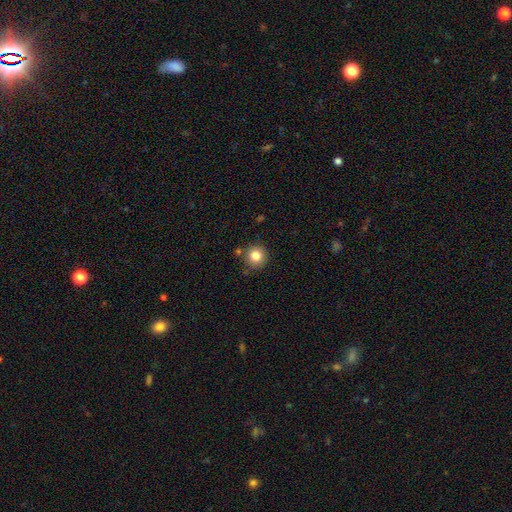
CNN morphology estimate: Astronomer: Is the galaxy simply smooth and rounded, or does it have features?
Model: smooth — 83%.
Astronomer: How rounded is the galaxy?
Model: round — 94%.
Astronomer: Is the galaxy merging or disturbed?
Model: none — 85%.